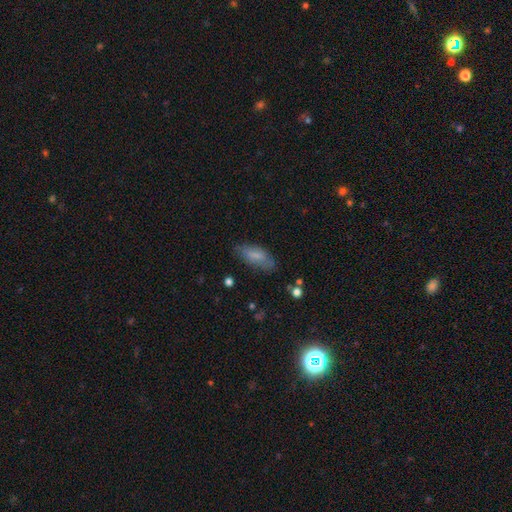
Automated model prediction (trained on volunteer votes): A smooth galaxy with no disk features (76%) that is in between round and cigar-shaped (78%).

Vote fractions:
- Smooth or featured? smooth: 76% / featured or disk: 17% / star or artifact: 7%
- How rounded? in between: 78% / cigar-shaped: 20% / round: 2%
- Merging? none: 70% / minor disturbance: 22% / major disturbance: 6% / merger: 2%